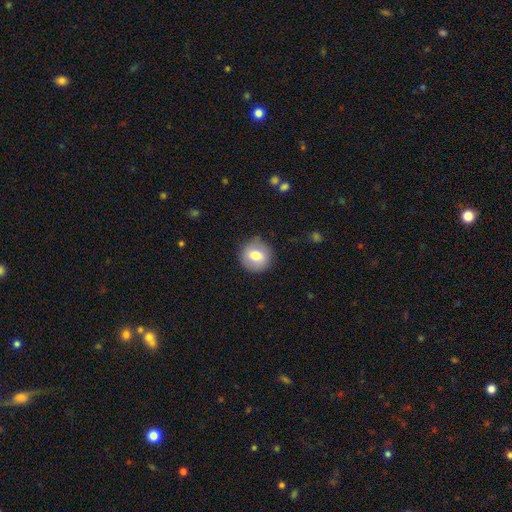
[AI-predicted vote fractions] Smooth or featured?
  - smooth: 75% *
  - featured or disk: 17%
  - star or artifact: 8%
How rounded?
  - round: 92% *
  - in between: 7%
  - cigar-shaped: 1%
Merging?
  - none: 86% *
  - minor disturbance: 10%
  - major disturbance: 3%
  - merger: 1%